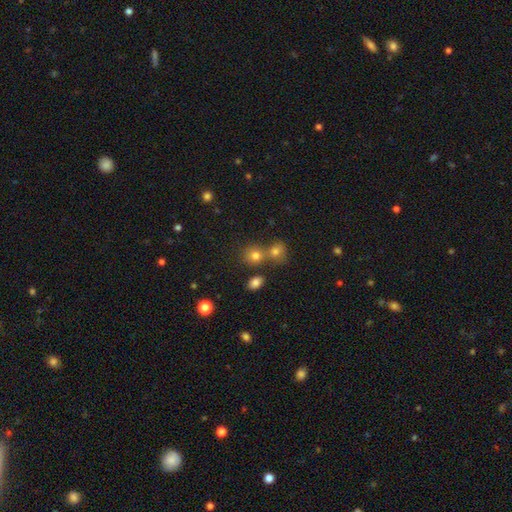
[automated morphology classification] Overall: smooth (74%). How rounded: round (73%). Merging: none (53%; merger 36%).